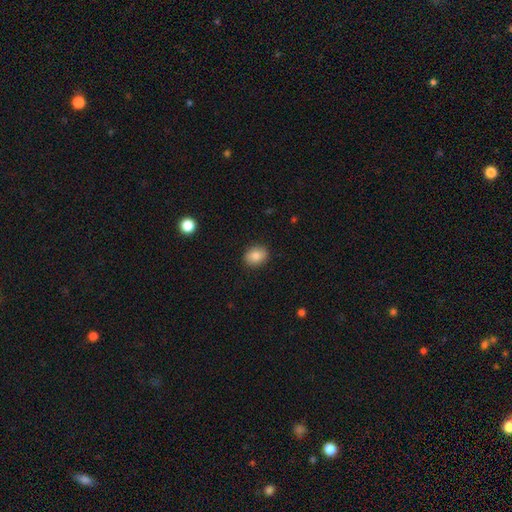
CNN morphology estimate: Smooth or featured: smooth — 84% (star or artifact — 8%)
How rounded: round — 51% (in between — 48%)
Merging: none — 89% (minor disturbance — 8%)